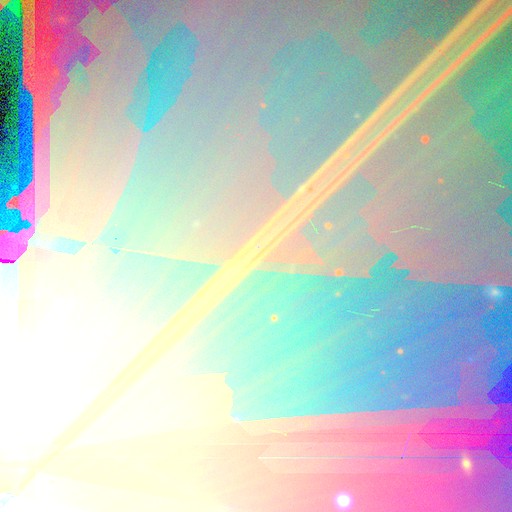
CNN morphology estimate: A star or artifact, not a galaxy (89%).